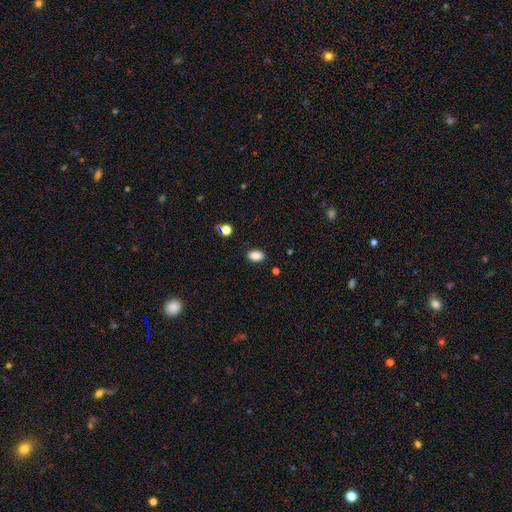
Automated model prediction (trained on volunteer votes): Smooth or featured?
  - smooth: 87% *
  - star or artifact: 10%
  - featured or disk: 3%
How rounded?
  - in between: 89% *
  - round: 9%
  - cigar-shaped: 2%
Merging?
  - none: 88% *
  - minor disturbance: 9%
  - major disturbance: 2%
  - merger: 1%